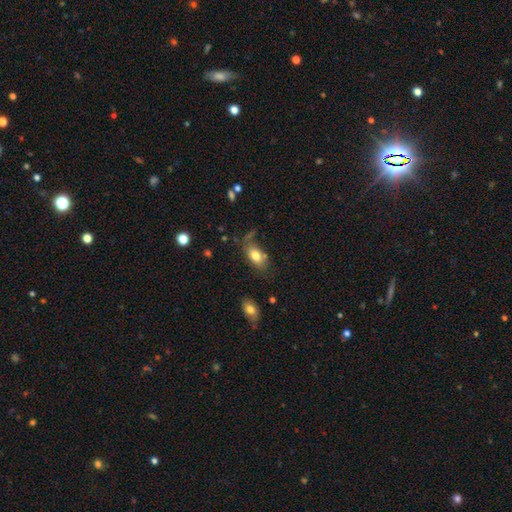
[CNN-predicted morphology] A smooth galaxy with no disk features (79%) that is in between round and cigar-shaped (90%).

Vote fractions:
- Smooth or featured? smooth: 79% / featured or disk: 13% / star or artifact: 8%
- How rounded? in between: 90% / round: 7% / cigar-shaped: 3%
- Merging? none: 59% / minor disturbance: 23% / major disturbance: 10% / merger: 9%